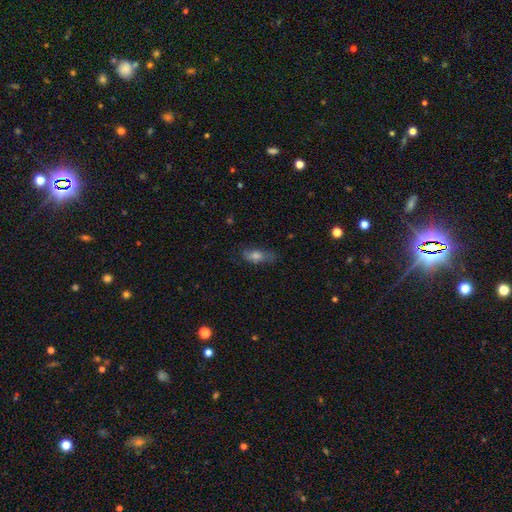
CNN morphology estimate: type=smooth (58%); roundness=in between (59%); merging=none (68%).